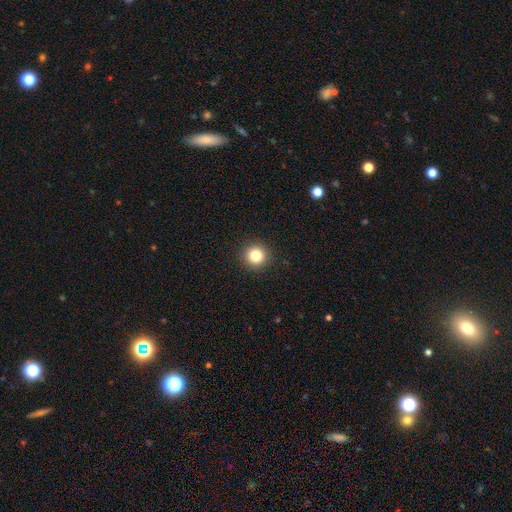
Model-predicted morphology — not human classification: Smooth or featured? smooth (83%)
How rounded? round (94%)
Merging? none (92%)